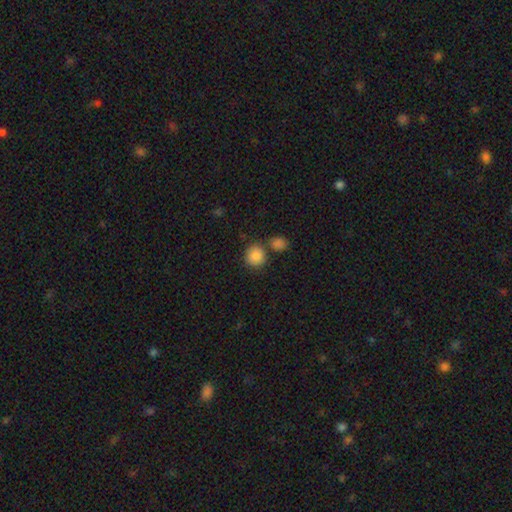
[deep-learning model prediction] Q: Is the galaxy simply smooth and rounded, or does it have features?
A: smooth — 88%.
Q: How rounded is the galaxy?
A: round — 88%.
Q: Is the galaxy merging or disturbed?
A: none — 66%.